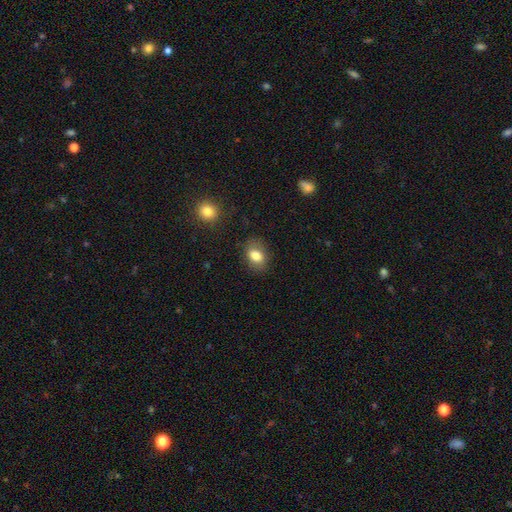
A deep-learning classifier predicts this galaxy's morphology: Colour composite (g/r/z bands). It shows a smooth galaxy with no disk features (81%) that is in between round and cigar-shaped (73%). Merging: none (81%).